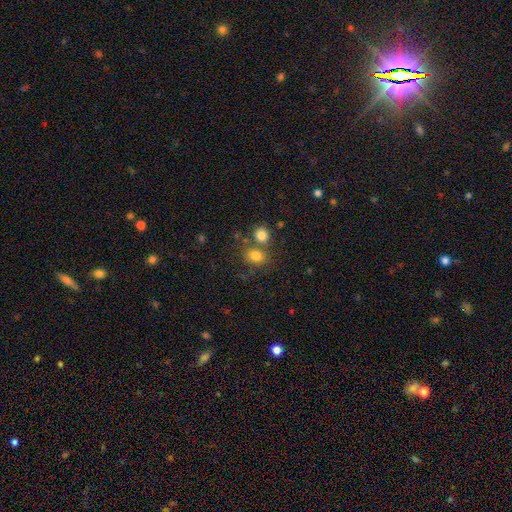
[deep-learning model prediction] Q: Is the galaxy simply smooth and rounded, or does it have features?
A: smooth — 80%.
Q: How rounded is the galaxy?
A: round — 51%.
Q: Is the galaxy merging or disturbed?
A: none — 56%.